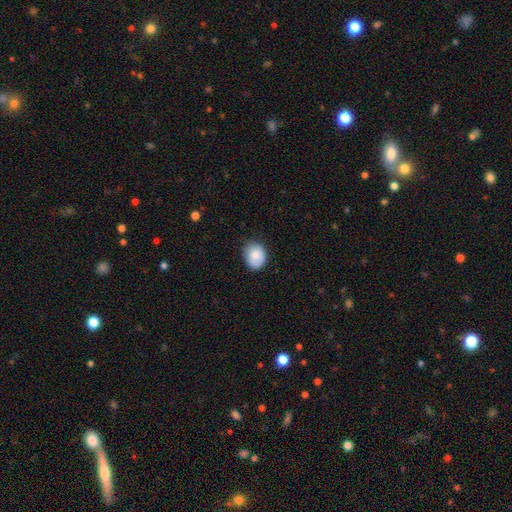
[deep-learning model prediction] smooth_or_featured: smooth (p=0.82) [alt: featured or disk p=0.11]
how_rounded: in between (p=0.52) [alt: round p=0.47]
merging: none (p=0.71) [alt: minor disturbance p=0.24]